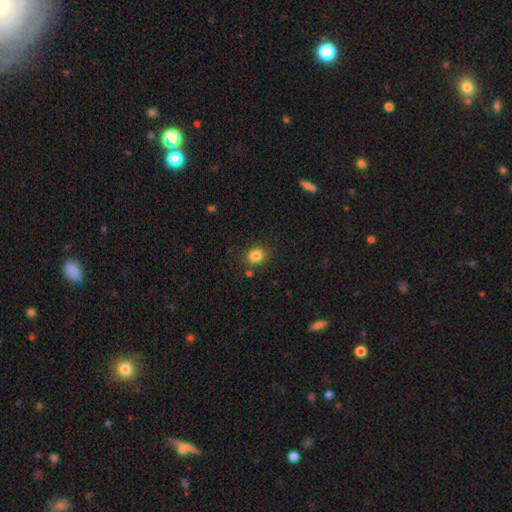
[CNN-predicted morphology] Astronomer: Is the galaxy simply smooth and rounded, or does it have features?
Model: smooth — 83%.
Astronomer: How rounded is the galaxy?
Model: round — 75%.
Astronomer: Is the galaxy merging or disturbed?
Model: none — 83%.